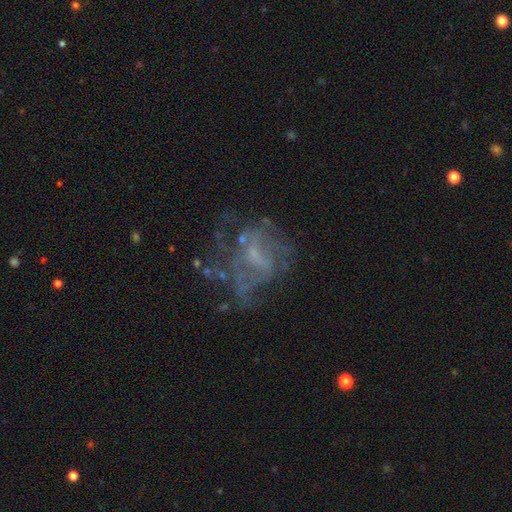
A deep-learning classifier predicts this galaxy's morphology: Overall: featured or disk (66%). Edge-on disk: no (98%). Bar: no (60%; weak 33%). Spiral arms: no (57%; yes 43%). Bulge size: none (43%; small 38%). Merging: none (44%; major disturbance 35%).